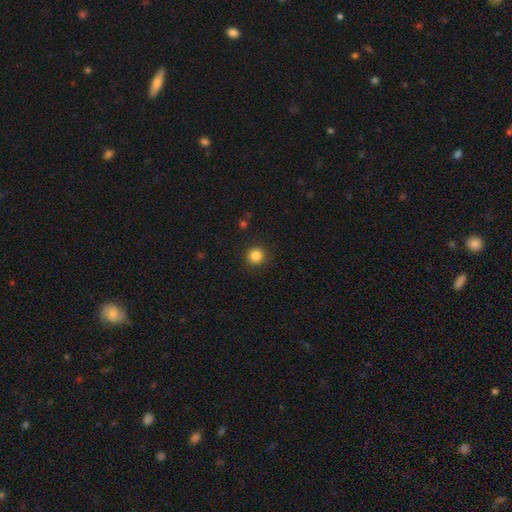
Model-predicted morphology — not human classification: This is clearly a smooth galaxy (85%). How rounded: clearly round (94%). Merging: clearly none (91%).